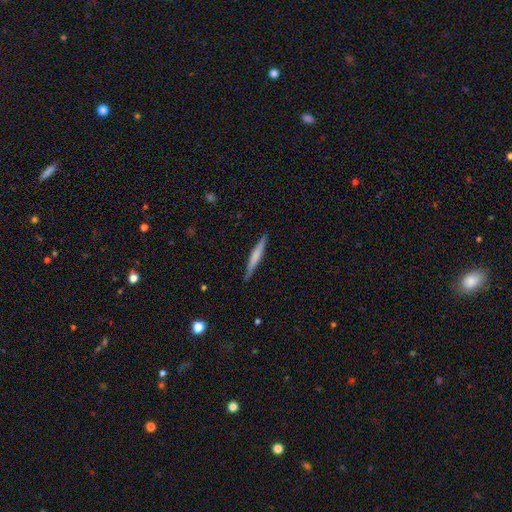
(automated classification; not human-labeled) Smooth or featured? Predicted: smooth (p=0.53). How rounded? Predicted: cigar-shaped (p=0.95). Merging? Predicted: none (p=0.87).